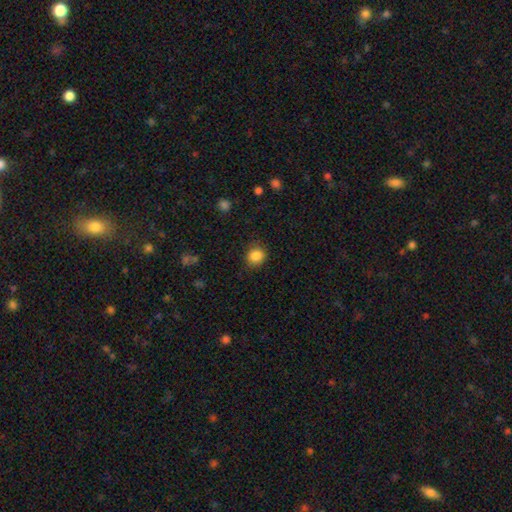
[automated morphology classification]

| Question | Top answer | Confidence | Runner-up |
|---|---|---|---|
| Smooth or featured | smooth | 86% | star or artifact (10%) |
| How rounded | round | 80% | in between (19%) |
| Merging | none | 84% | minor disturbance (12%) |